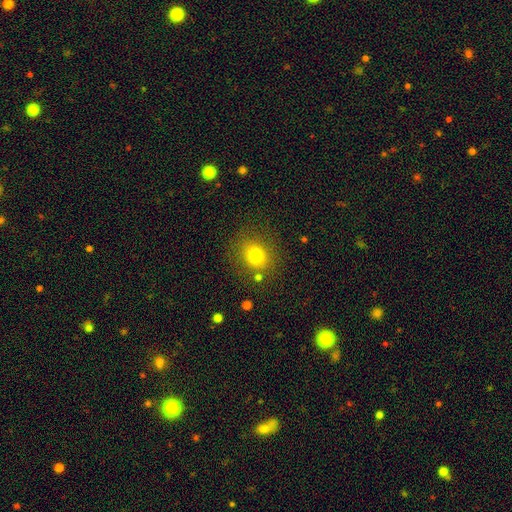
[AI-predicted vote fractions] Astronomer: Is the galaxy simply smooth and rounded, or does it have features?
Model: smooth — 76%.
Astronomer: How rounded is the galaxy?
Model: round — 73%.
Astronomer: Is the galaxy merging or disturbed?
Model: none — 81%.